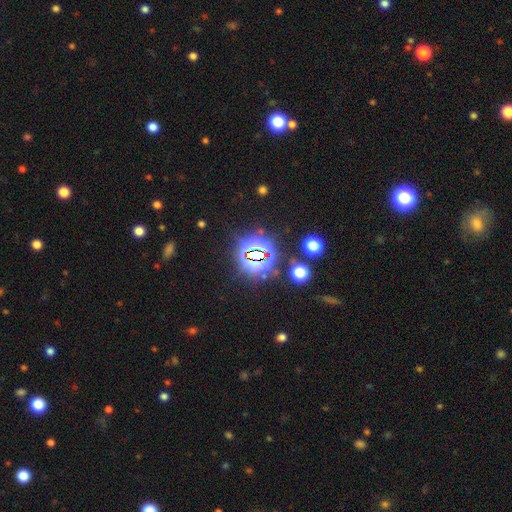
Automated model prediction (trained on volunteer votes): Morphology: type=star or artifact (78%).